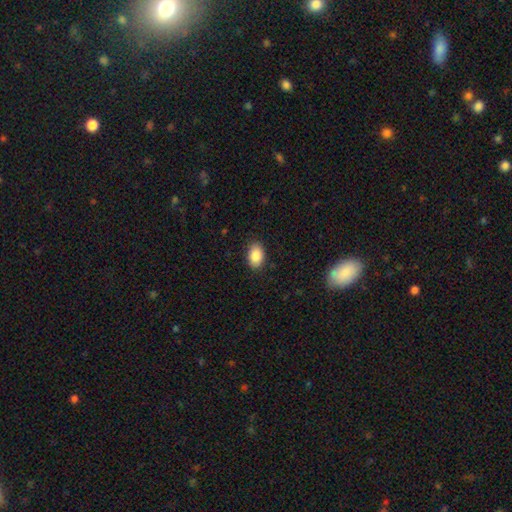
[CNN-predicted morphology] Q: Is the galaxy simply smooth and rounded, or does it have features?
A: smooth — 87%.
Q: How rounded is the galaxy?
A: in between — 87%.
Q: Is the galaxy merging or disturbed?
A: none — 88%.